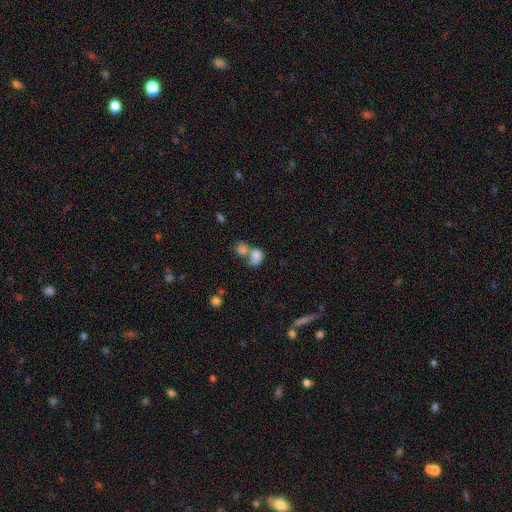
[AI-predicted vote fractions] A smooth galaxy with no disk features (78%) that is in between round and cigar-shaped (59%).

Vote fractions:
- Smooth or featured? smooth: 78% / featured or disk: 13% / star or artifact: 9%
- How rounded? in between: 59% / round: 39% / cigar-shaped: 2%
- Merging? merger: 66% / none: 20% / minor disturbance: 8% / major disturbance: 6%